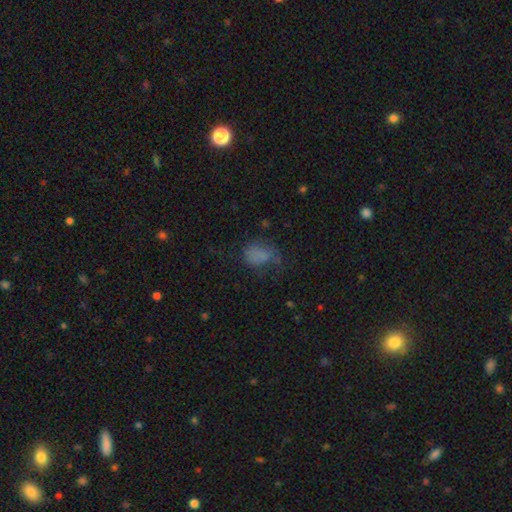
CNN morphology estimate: The model was most divided on "merging": none: 38%, major disturbance: 31%, minor disturbance: 27%, merger: 4%. More confident: how rounded — in between (72%); smooth or featured — smooth (65%).